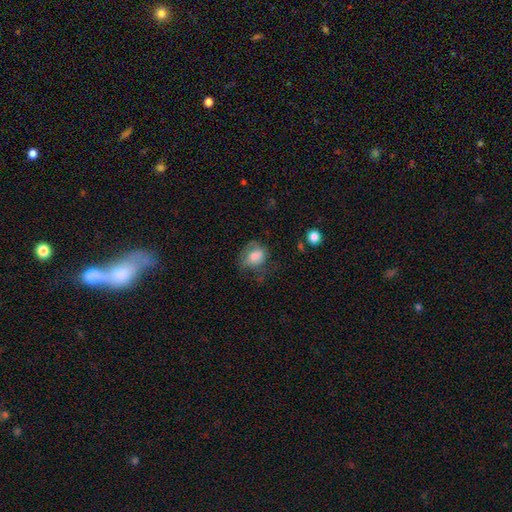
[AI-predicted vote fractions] Morphology: type=smooth (69%); roundness=in between (54%); merging=none (39%).